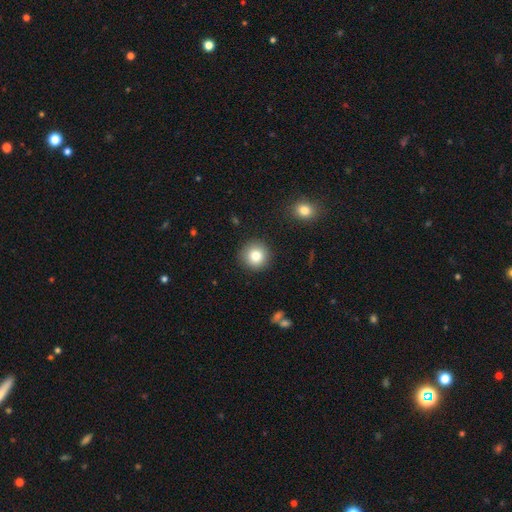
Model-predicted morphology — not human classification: Overall: smooth (81%). How rounded: round (94%). Merging: none (90%).